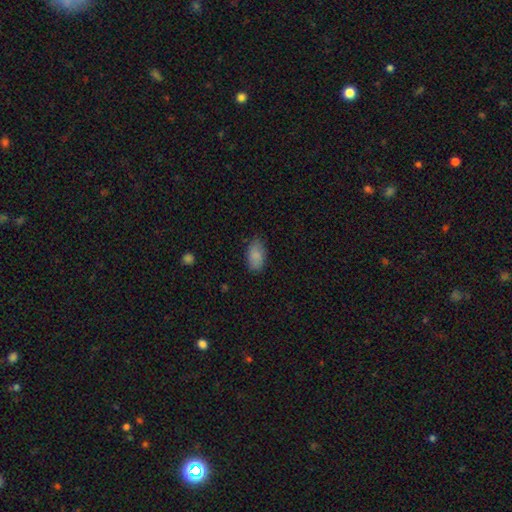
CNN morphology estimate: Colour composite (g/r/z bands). It shows a smooth galaxy with no disk features (87%) that is in between round and cigar-shaped (93%). Merging: none (82%).